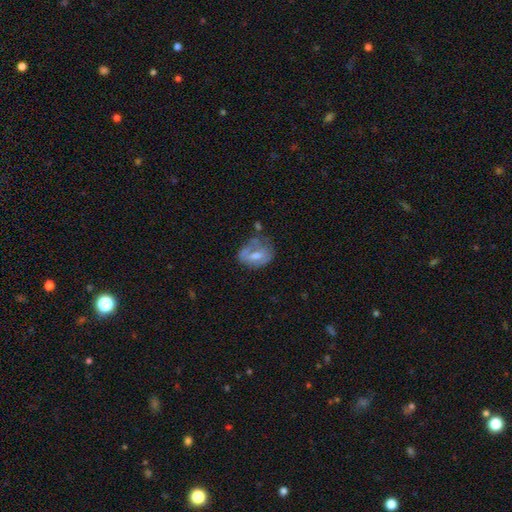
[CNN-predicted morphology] Q: Smooth or featured?
A: featured or disk (47%); runner-up: smooth (43%)
Q: Merging?
A: none (43%); runner-up: minor disturbance (28%)